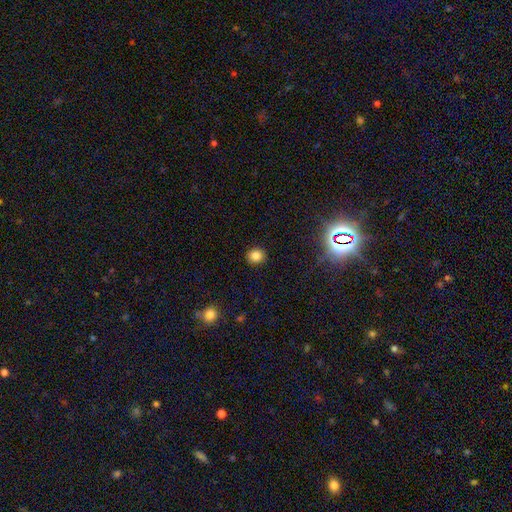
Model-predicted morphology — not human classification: Smooth or featured: smooth — 82% (star or artifact — 13%)
How rounded: round — 84% (in between — 15%)
Merging: none — 91% (minor disturbance — 6%)